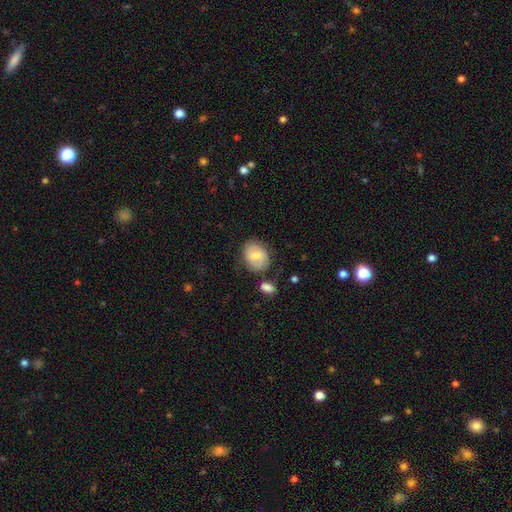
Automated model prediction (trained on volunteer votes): Smooth or featured? Predicted: smooth (p=0.55). How rounded? Predicted: in between (p=0.57). Merging? Predicted: none (p=0.72).